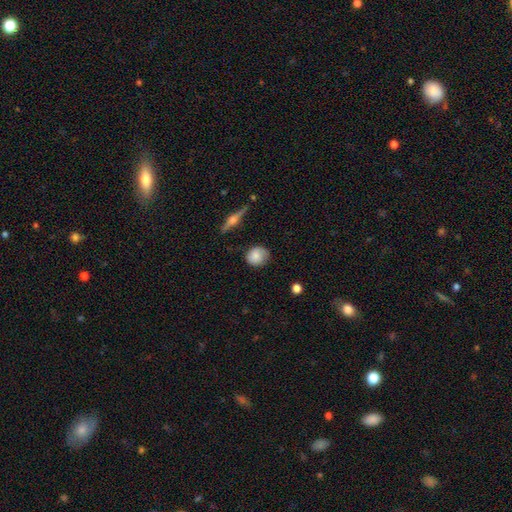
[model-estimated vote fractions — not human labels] A smooth galaxy with no disk features (74%) that is round (74%). Merging: none (73%).